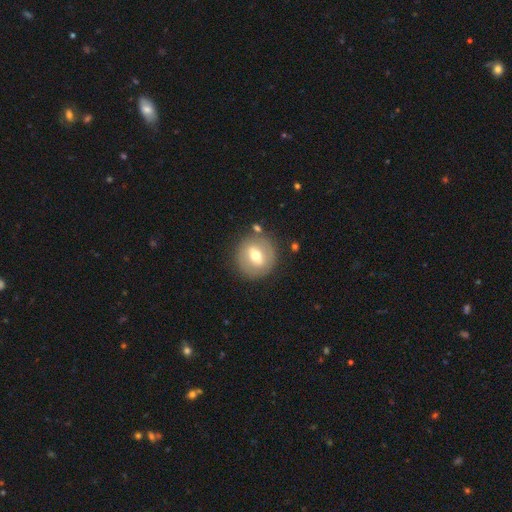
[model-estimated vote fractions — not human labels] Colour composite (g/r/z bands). It shows a smooth galaxy with no disk features (50%) that is round (87%). Merging: none (82%).